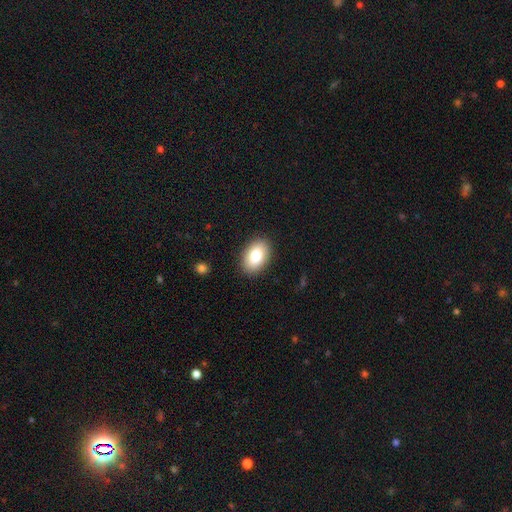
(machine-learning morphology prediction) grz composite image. It shows a smooth galaxy with no disk features (84%) that is in between round and cigar-shaped (92%). Merging: none (89%).